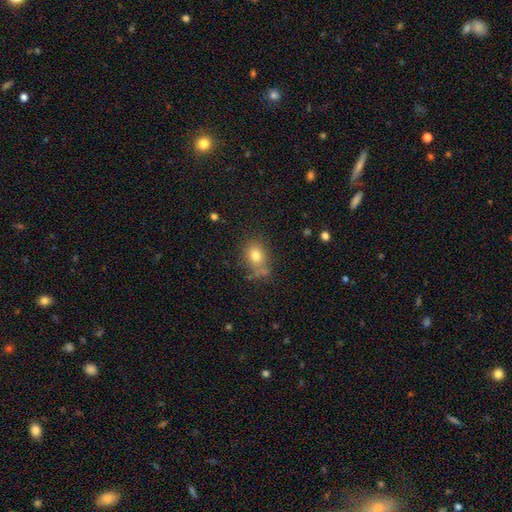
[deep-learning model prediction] The model was most divided on "how rounded": in between: 55%, round: 43%, cigar-shaped: 1%. More confident: smooth or featured — smooth (78%); merging — none (62%).